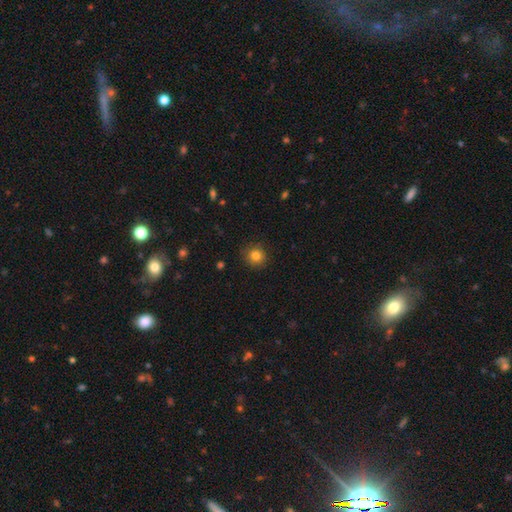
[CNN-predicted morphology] Smooth or featured: smooth — 82% (star or artifact — 12%)
How rounded: round — 91% (in between — 8%)
Merging: none — 88% (minor disturbance — 9%)